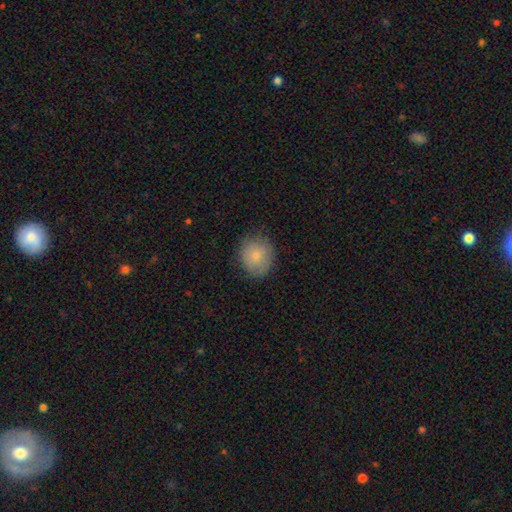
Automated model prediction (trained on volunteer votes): smooth_or_featured: smooth (p=0.78) [alt: featured or disk p=0.14]
how_rounded: round (p=0.84) [alt: in between p=0.15]
merging: none (p=0.78) [alt: minor disturbance p=0.17]